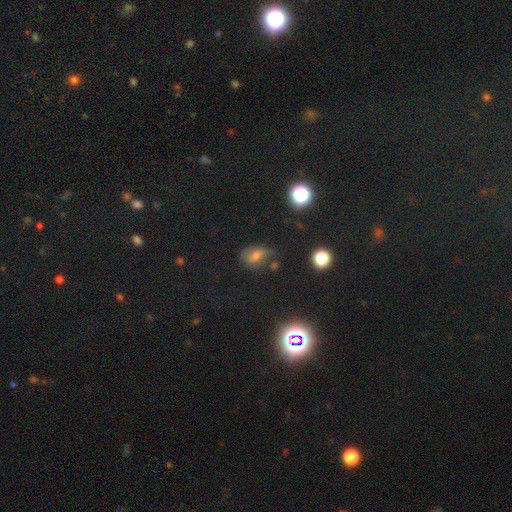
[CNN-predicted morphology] Smooth or featured? smooth (48%)
Merging? none (64%)